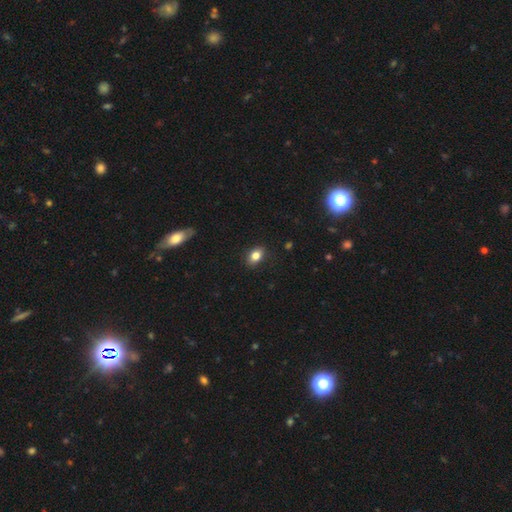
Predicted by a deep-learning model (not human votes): Smooth or featured: smooth — 82% (star or artifact — 10%)
How rounded: in between — 74% (round — 25%)
Merging: none — 85% (minor disturbance — 11%)